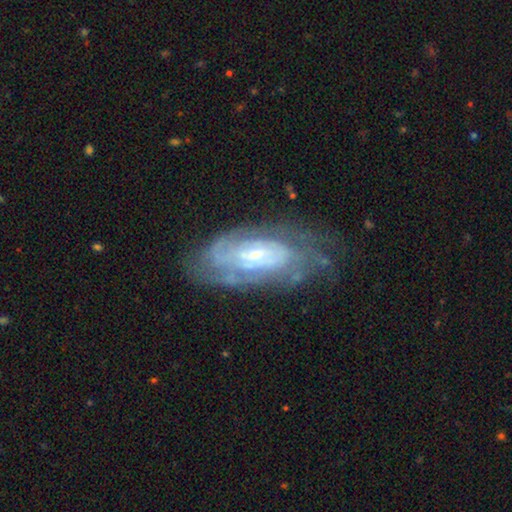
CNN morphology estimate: Smooth or featured? Predicted: featured or disk (p=0.80). Edge-on disk? Predicted: no (p=0.93). Bar? Predicted: no (p=0.64). Spiral arms? Predicted: yes (p=0.89). Spiral winding? Predicted: tight (p=0.70). Spiral arm count? Predicted: can't tell (p=0.52). Bulge size? Predicted: small (p=0.72). Merging? Predicted: none (p=0.65).